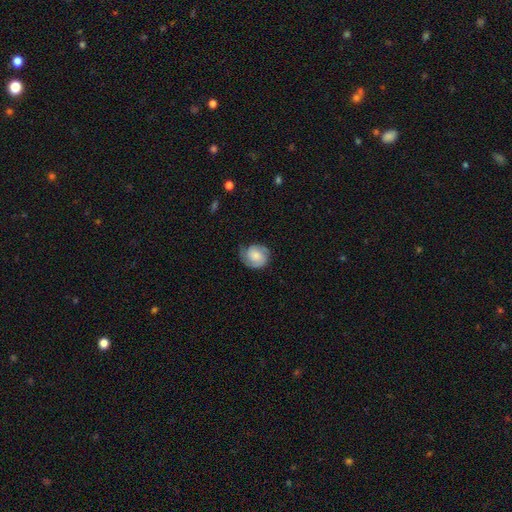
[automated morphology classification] Overall: smooth (48%; featured or disk 45%). Merging: none (64%; minor disturbance 26%).